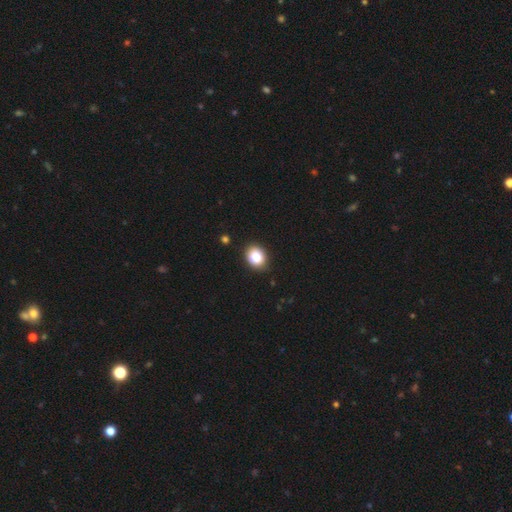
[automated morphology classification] type=smooth (81%); roundness=round (54%); merging=none (89%).